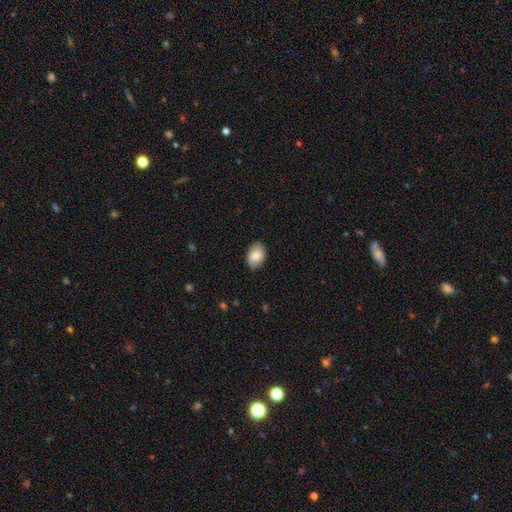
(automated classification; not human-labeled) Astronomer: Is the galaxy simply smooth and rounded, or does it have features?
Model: smooth — 80%.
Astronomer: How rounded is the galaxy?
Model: in between — 82%.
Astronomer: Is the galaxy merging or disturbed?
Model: none — 85%.